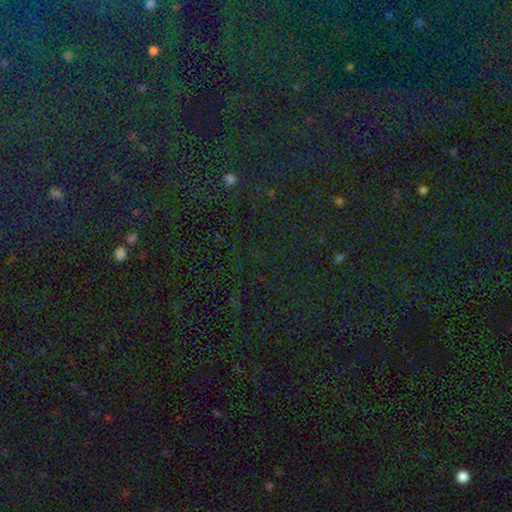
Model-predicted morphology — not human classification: A star or artifact, not a galaxy (81%).